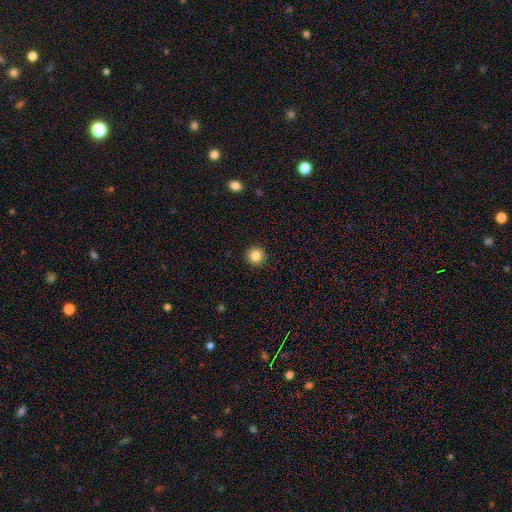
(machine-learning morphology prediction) This appears to be a smooth galaxy with no disk features (85%) that is round (95%). Merging: none (93%).